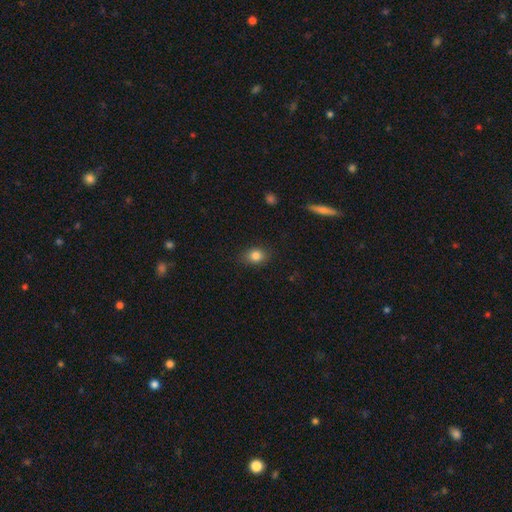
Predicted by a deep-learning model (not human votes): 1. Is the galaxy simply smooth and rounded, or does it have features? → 83% smooth, 10% star or artifact, 7% featured or disk.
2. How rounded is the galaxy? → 56% in between, 42% round, 2% cigar-shaped.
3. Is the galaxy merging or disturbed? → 84% none, 12% minor disturbance, 3% major disturbance, 1% merger.